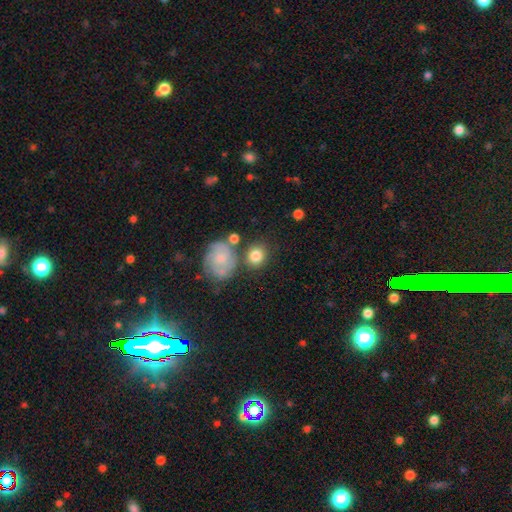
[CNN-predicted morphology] Smooth or featured: smooth — 76% (featured or disk — 16%)
How rounded: round — 74% (in between — 24%)
Merging: none — 67% (minor disturbance — 14%)